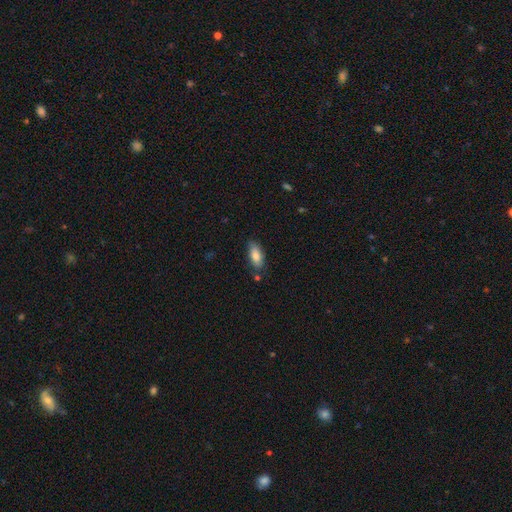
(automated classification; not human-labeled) Morphology: type=smooth (82%); roundness=in between (84%); merging=none (73%).